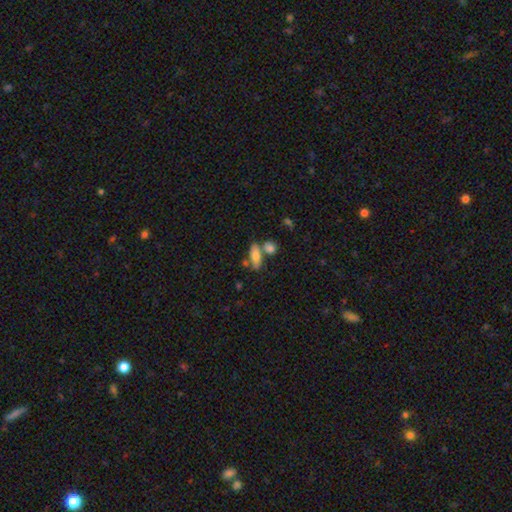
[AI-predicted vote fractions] smooth_or_featured: smooth (p=0.75) [alt: featured or disk p=0.17]
how_rounded: in between (p=0.66) [alt: cigar-shaped p=0.30]
merging: none (p=0.57) [alt: merger p=0.25]